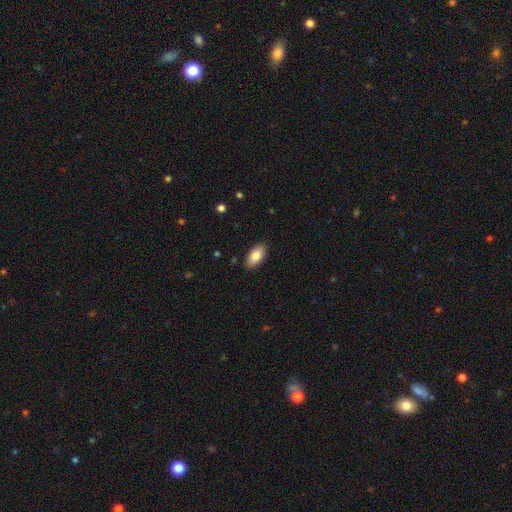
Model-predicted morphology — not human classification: smooth-or-featured: smooth: 84% | featured or disk: 9% | star or artifact: 6%
  how-rounded: in between: 94% | cigar-shaped: 4% | round: 3%
  merging: none: 89% | minor disturbance: 8% | major disturbance: 2% | merger: 1%